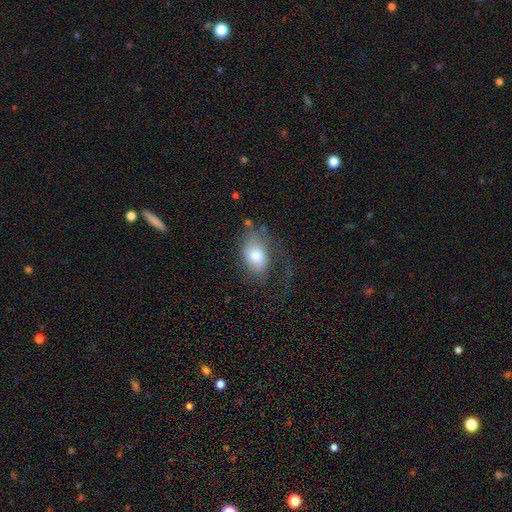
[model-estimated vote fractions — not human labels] Smooth or featured: smooth — 67% (featured or disk — 25%)
How rounded: in between — 86% (round — 12%)
Merging: major disturbance — 38% (none — 36%)